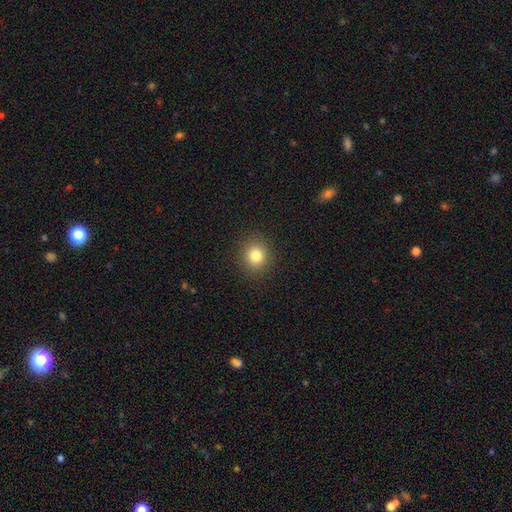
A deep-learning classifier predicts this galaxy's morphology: smooth_or_featured: smooth (p=0.81) [alt: star or artifact p=0.12]
how_rounded: round (p=0.83) [alt: in between p=0.16]
merging: none (p=0.90) [alt: minor disturbance p=0.07]